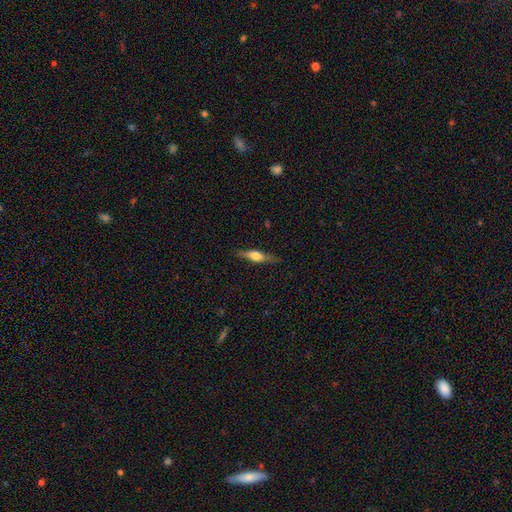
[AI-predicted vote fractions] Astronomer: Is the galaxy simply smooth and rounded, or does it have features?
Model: featured or disk — 63%.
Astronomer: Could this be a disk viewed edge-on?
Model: yes — 96%.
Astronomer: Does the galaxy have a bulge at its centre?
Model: rounded — 91%.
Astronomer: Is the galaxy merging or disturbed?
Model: none — 85%.